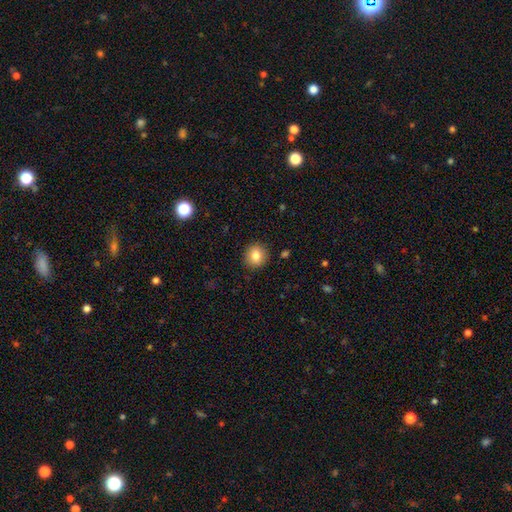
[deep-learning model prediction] A smooth galaxy with no disk features (83%) that is round (88%). Merging: none (91%).